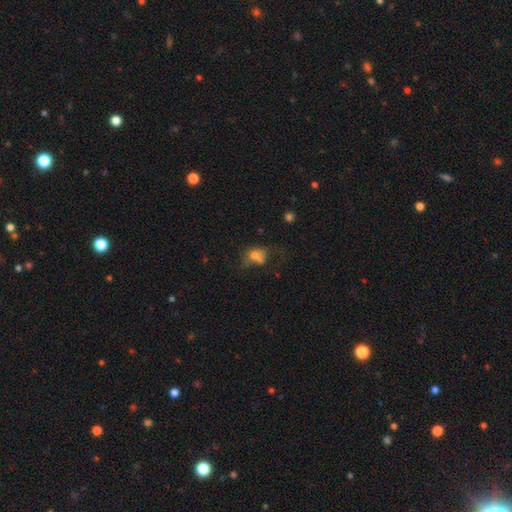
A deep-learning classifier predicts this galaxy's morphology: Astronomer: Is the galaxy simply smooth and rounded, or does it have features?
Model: smooth — 62%.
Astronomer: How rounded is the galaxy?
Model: in between — 64%.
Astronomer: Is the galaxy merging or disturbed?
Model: major disturbance — 30% (runner-up: none, 27%).